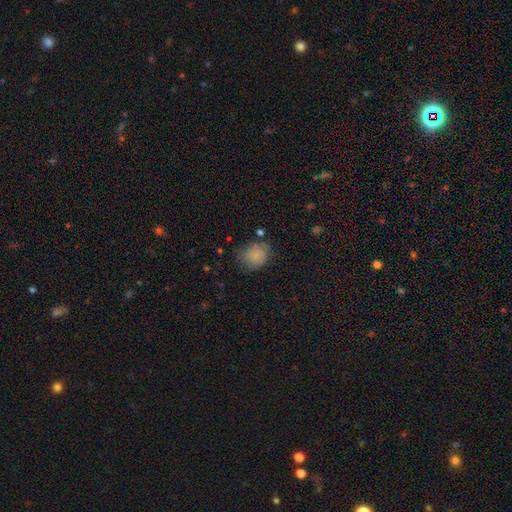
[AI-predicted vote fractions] A smooth galaxy with no disk features (83%) that is round (56%). Merging: none (66%).